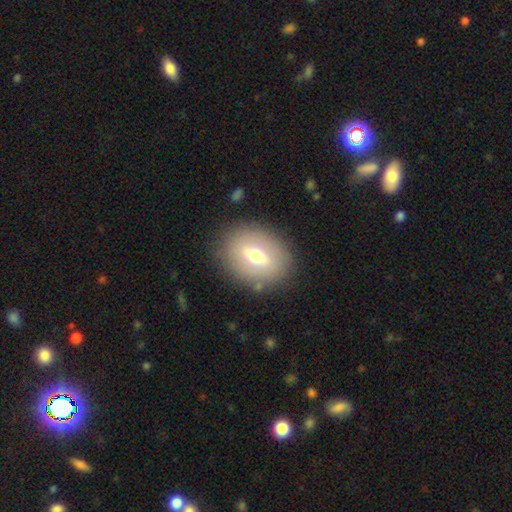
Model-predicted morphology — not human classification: Smooth or featured? smooth (57%)
How rounded? in between (65%)
Merging? none (85%)